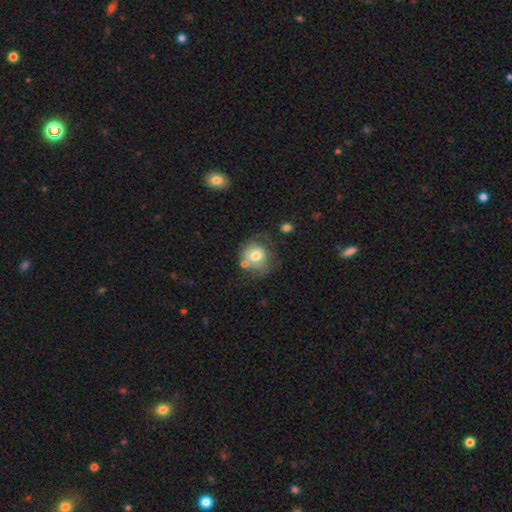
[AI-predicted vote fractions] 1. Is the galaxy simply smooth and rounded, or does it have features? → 58% smooth, 33% featured or disk, 9% star or artifact.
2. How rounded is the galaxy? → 79% round, 20% in between, 1% cigar-shaped.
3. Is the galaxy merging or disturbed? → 51% none, 25% minor disturbance, 14% major disturbance, 10% merger.